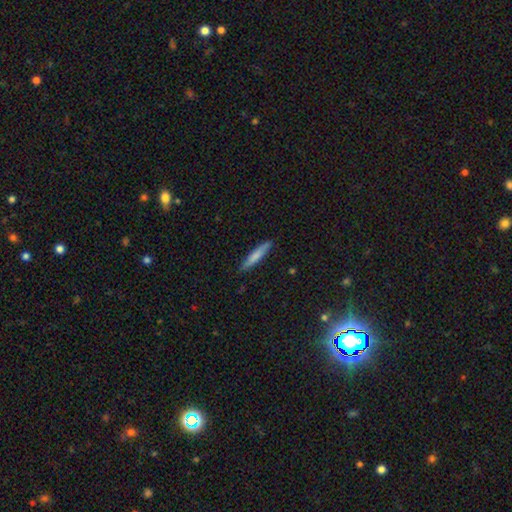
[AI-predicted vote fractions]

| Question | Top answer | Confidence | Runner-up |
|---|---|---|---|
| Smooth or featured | smooth | 72% | featured or disk (22%) |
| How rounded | cigar-shaped | 91% | in between (8%) |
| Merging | none | 87% | minor disturbance (10%) |